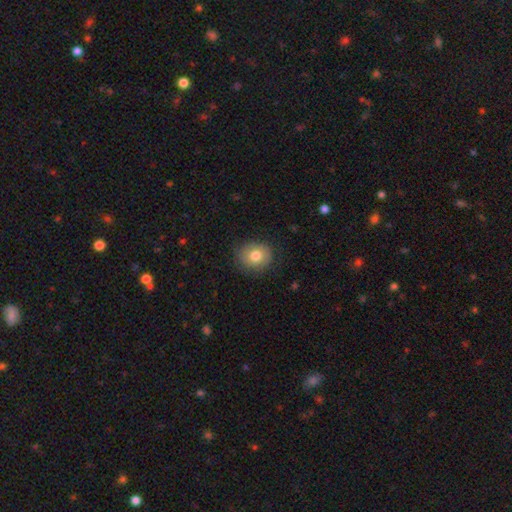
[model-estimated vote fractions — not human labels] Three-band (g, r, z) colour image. It shows a smooth galaxy with no disk features (77%) that is round (73%). Merging: none (83%).